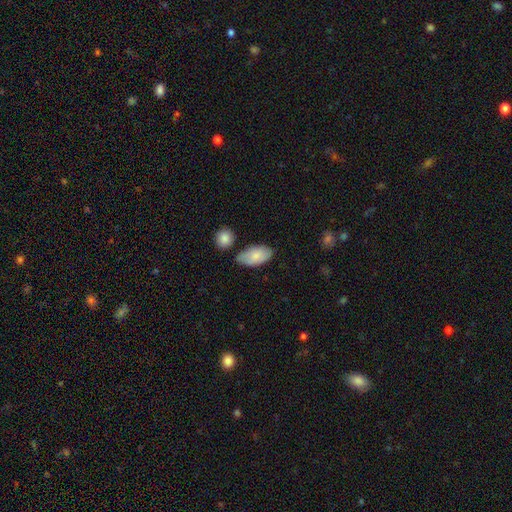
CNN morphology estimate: smooth_or_featured: smooth (p=0.80) [alt: featured or disk p=0.15]
how_rounded: in between (p=0.94) [alt: round p=0.03]
merging: none (p=0.66) [alt: minor disturbance p=0.23]